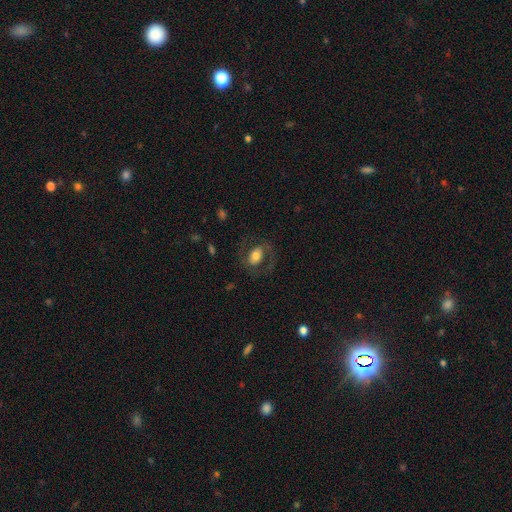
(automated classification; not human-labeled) smooth_or_featured: smooth (p=0.48) [alt: featured or disk p=0.44]
merging: none (p=0.68) [alt: major disturbance p=0.16]